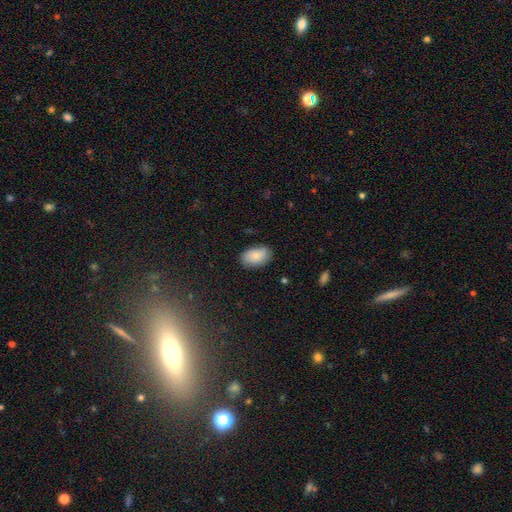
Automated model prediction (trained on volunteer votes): Morphology: type=smooth (77%); roundness=in between (91%); merging=none (83%).